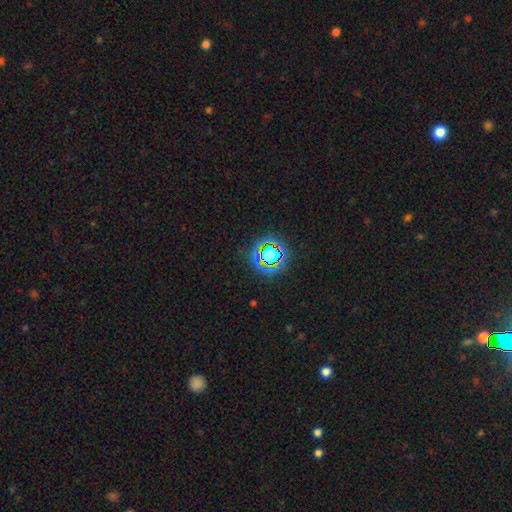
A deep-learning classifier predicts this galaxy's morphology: This appears to be a star or artifact, not a galaxy (72%).